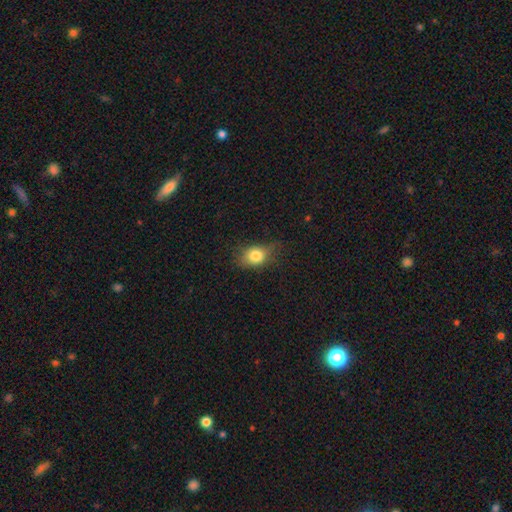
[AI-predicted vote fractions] smooth_or_featured: smooth (p=0.79) [alt: featured or disk p=0.11]
how_rounded: in between (p=0.55) [alt: round p=0.43]
merging: none (p=0.56) [alt: minor disturbance p=0.32]